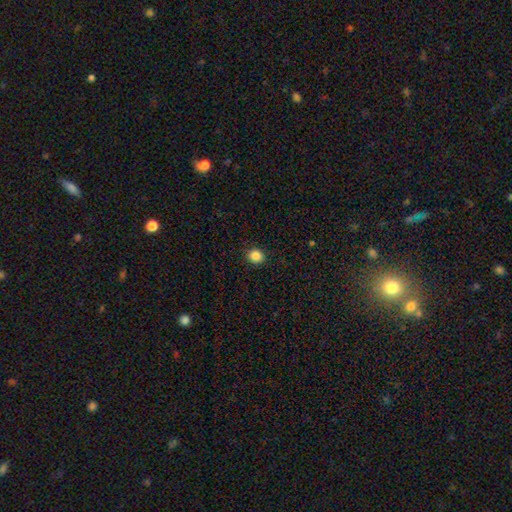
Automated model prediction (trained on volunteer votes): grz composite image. It shows a smooth galaxy with no disk features (85%) that is round (81%). Merging: none (92%).